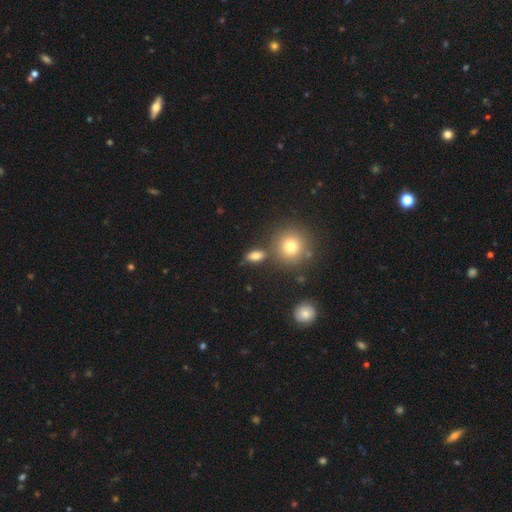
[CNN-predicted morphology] Smooth or featured? smooth (78%)
How rounded? in between (77%)
Merging? none (74%)